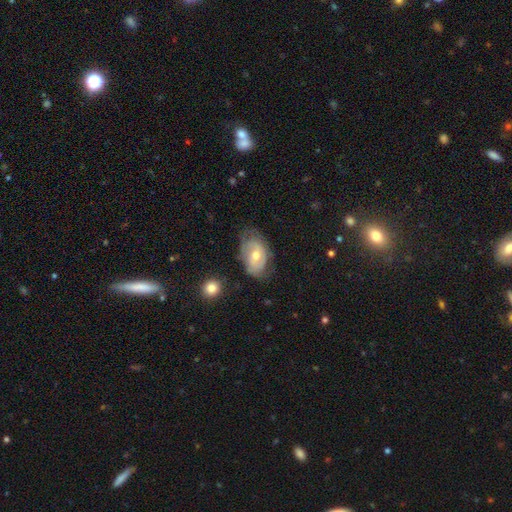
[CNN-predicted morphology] Smooth or featured? featured or disk (49%)
Merging? none (50%)